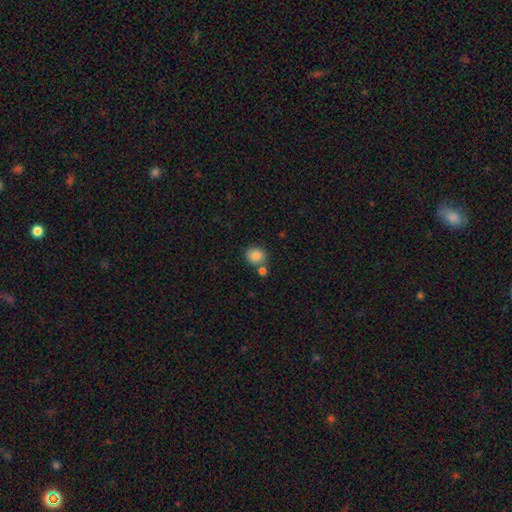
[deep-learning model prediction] This appears to be a smooth galaxy with no disk features (85%) that is round (75%). Merging: none (68%).